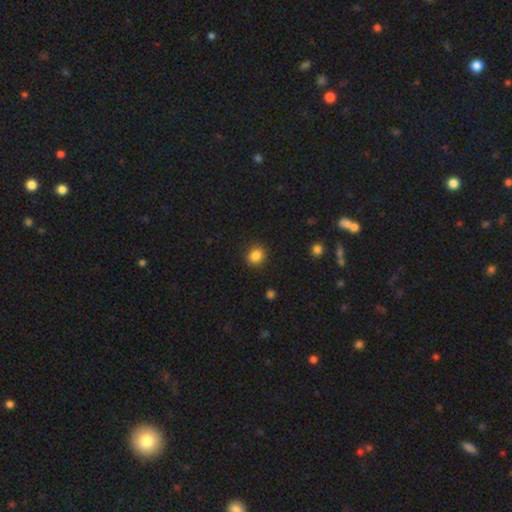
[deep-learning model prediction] Smooth or featured? smooth (85%)
How rounded? round (72%)
Merging? none (89%)